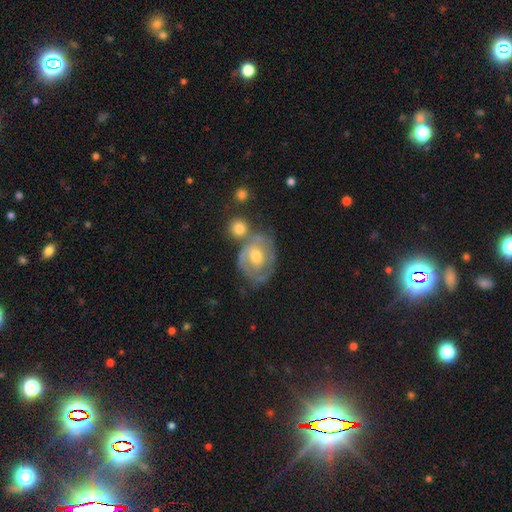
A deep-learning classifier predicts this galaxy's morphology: Overall: featured or disk (73%). Edge-on disk: no (97%). Bar: no (58%; weak 33%). Spiral arms: yes (83%). Spiral arm count: 2 (52%; can't tell 28%). Spiral winding: tight (65%; medium 28%). Bulge size: moderate (72%). Merging: none (58%).